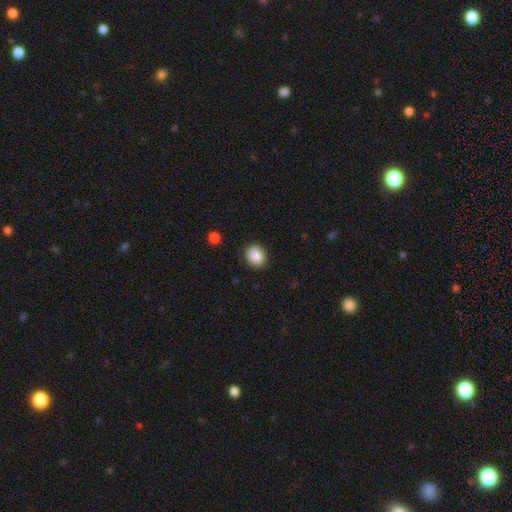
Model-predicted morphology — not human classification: smooth-or-featured: smooth: 89% | star or artifact: 8% | featured or disk: 4%
  how-rounded: round: 58% | in between: 42% | cigar-shaped: 1%
  merging: none: 88% | minor disturbance: 9% | major disturbance: 2% | merger: 1%